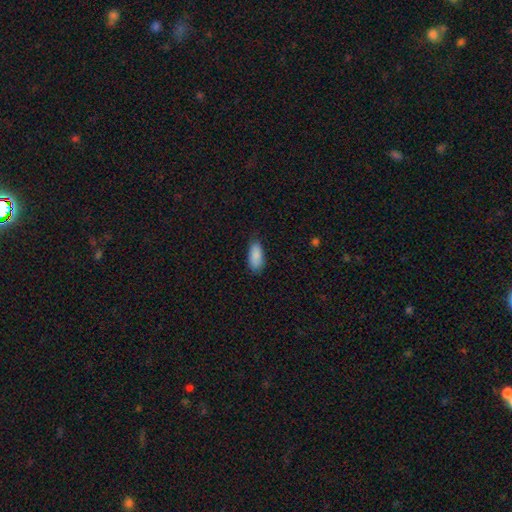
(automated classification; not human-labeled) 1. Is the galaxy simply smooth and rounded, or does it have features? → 89% smooth, 6% star or artifact, 5% featured or disk.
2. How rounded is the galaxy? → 88% in between, 9% cigar-shaped, 2% round.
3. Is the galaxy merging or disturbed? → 80% none, 16% minor disturbance, 3% major disturbance, 1% merger.